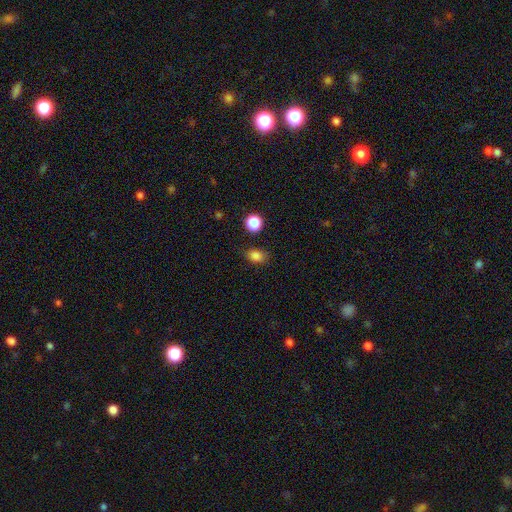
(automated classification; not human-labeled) Q: Smooth or featured?
A: smooth (83%); runner-up: star or artifact (13%)
Q: How rounded?
A: in between (63%); runner-up: round (35%)
Q: Merging?
A: none (79%); runner-up: minor disturbance (14%)